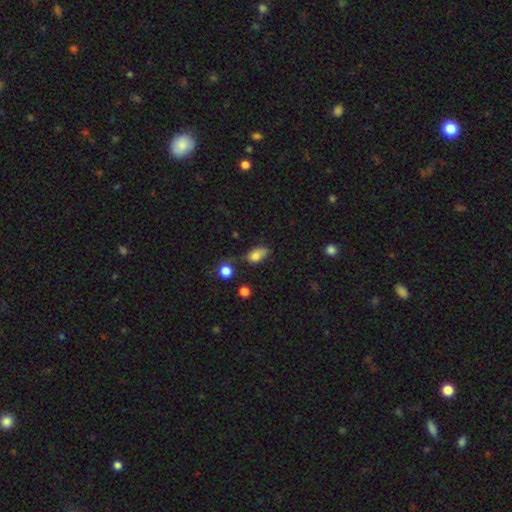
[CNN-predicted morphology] Smooth or featured: smooth — 78% (featured or disk — 12%)
How rounded: in between — 84% (round — 11%)
Merging: none — 43% (minor disturbance — 33%)